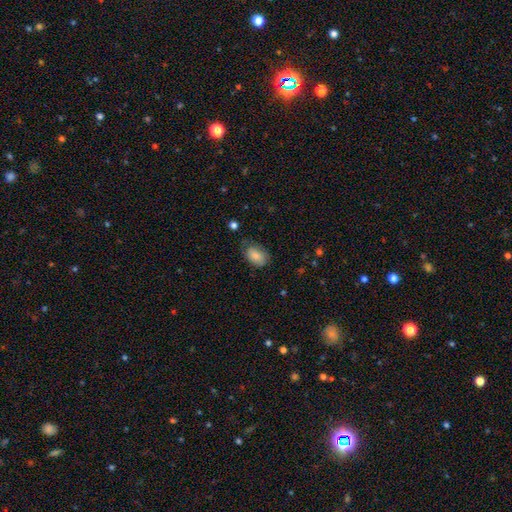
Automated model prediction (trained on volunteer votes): The model was most divided on "merging": none: 60%, minor disturbance: 30%, major disturbance: 9%, merger: 2%. More confident: how rounded — in between (85%); smooth or featured — smooth (81%).